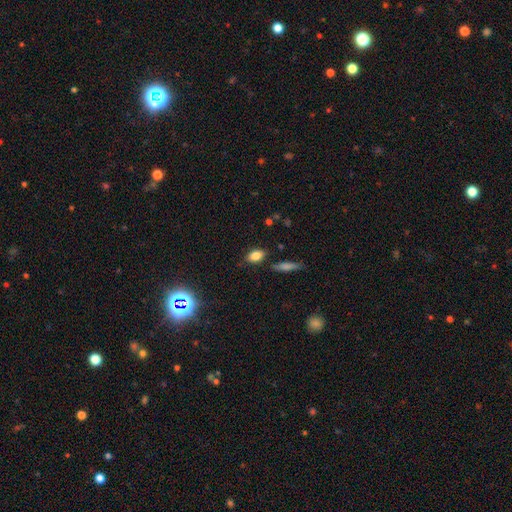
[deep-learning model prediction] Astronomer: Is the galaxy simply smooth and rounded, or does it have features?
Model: smooth — 82%.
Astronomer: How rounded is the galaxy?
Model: in between — 84%.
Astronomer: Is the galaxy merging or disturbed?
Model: none — 80%.